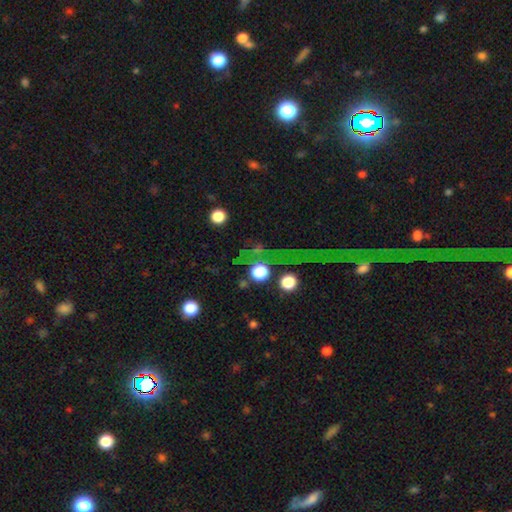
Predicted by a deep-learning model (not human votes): A star or artifact, not a galaxy (66%).

Vote fractions:
- Smooth or featured? star or artifact: 66% / smooth: 22% / featured or disk: 12%